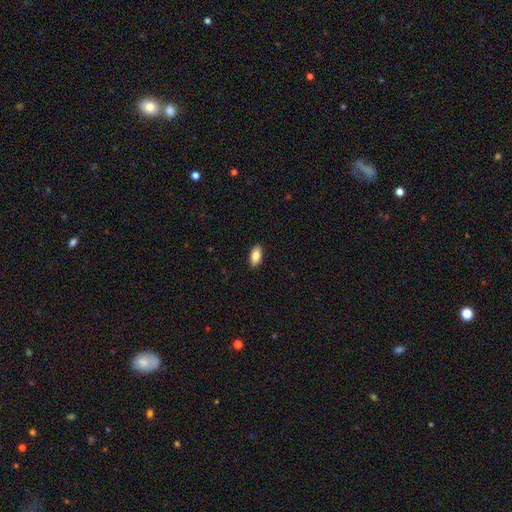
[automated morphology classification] smooth_or_featured: smooth (p=0.85) [alt: featured or disk p=0.08]
how_rounded: in between (p=0.91) [alt: cigar-shaped p=0.06]
merging: none (p=0.90) [alt: minor disturbance p=0.07]